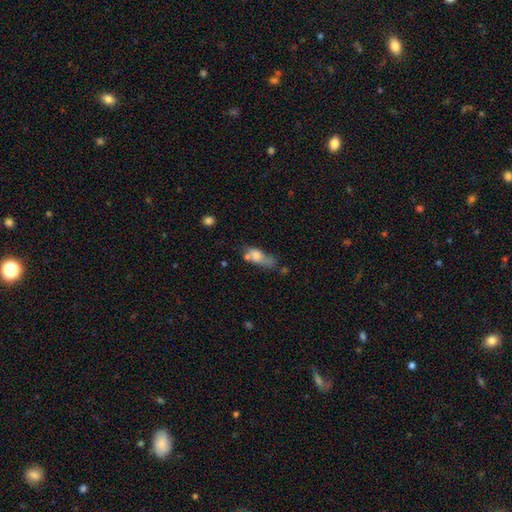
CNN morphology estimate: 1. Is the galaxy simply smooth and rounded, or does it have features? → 66% smooth, 24% featured or disk, 10% star or artifact.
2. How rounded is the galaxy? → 70% in between, 20% cigar-shaped, 10% round.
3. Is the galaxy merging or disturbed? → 28% merger, 27% none, 24% minor disturbance, 21% major disturbance.